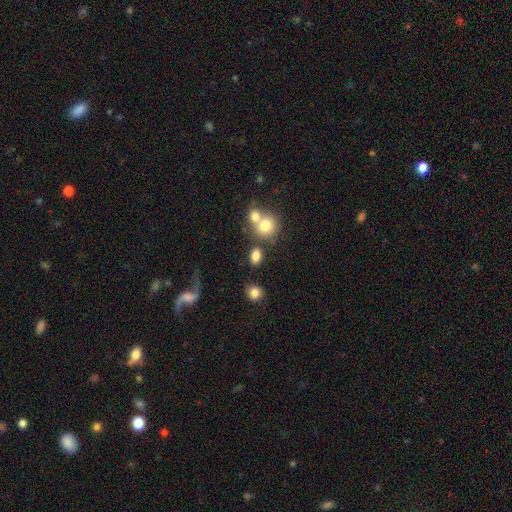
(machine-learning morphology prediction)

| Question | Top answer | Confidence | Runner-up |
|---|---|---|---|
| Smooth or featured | smooth | 79% | star or artifact (11%) |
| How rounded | in between | 65% | round (33%) |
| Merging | none | 60% | merger (23%) |